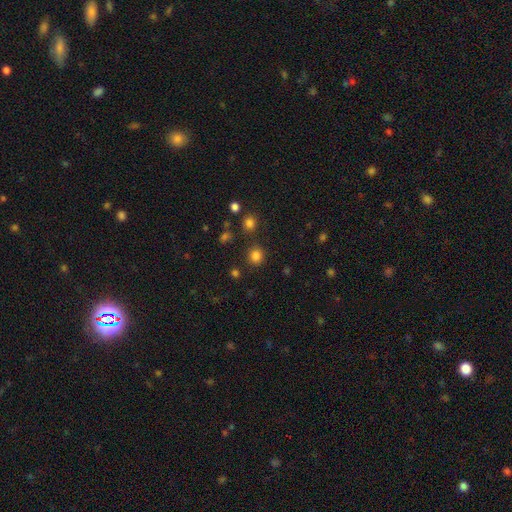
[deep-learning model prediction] Smooth or featured? Predicted: smooth (p=0.81). How rounded? Predicted: round (p=0.90). Merging? Predicted: none (p=0.86).